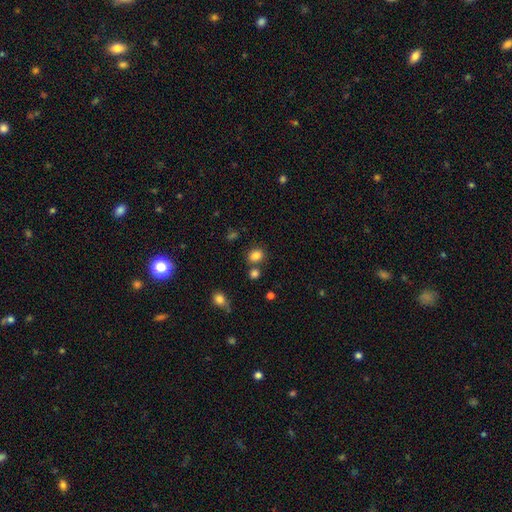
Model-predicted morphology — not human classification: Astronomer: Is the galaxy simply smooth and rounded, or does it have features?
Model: smooth — 83%.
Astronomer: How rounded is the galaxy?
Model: round — 54% (runner-up: in between, 45%).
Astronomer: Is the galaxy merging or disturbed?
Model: none — 70%.